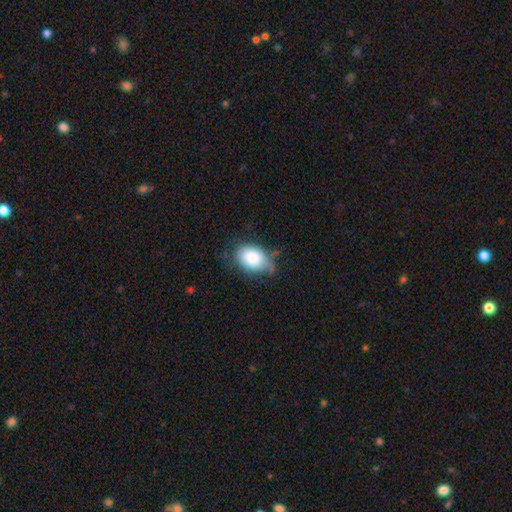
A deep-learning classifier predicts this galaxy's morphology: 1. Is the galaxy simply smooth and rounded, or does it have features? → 82% smooth, 11% featured or disk, 7% star or artifact.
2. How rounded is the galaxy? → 83% in between, 16% round, 1% cigar-shaped.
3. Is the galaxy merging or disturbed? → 49% none, 37% minor disturbance, 11% major disturbance, 3% merger.